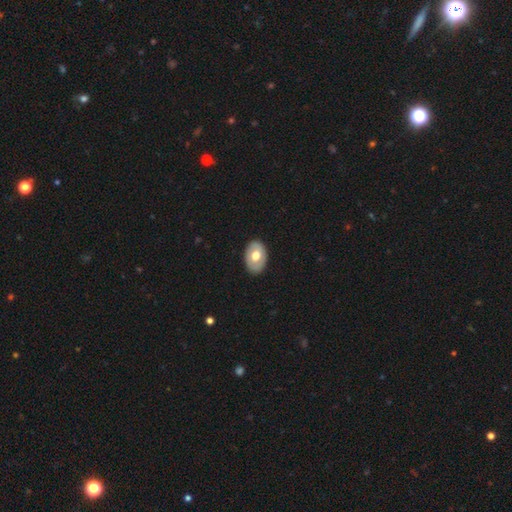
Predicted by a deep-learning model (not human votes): smooth_or_featured: smooth (p=0.59) [alt: featured or disk p=0.36]
how_rounded: in between (p=0.82) [alt: round p=0.17]
merging: none (p=0.86) [alt: minor disturbance p=0.10]